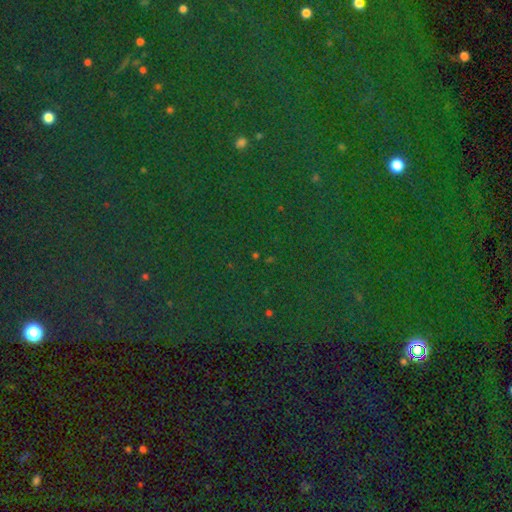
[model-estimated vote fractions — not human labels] A star or artifact, not a galaxy (79%).

Vote fractions:
- Smooth or featured? star or artifact: 79% / smooth: 12% / featured or disk: 9%